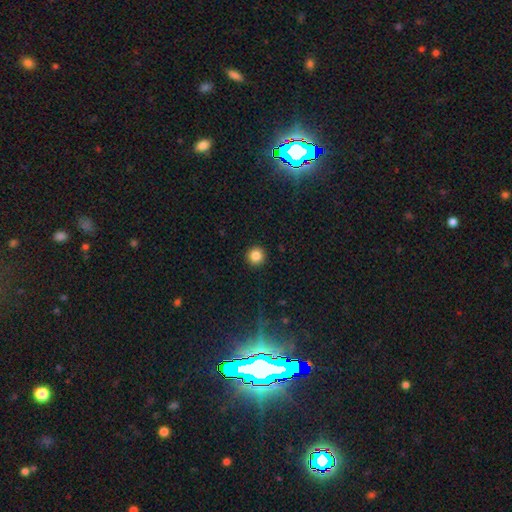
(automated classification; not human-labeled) Smooth or featured? Predicted: smooth (p=0.85). How rounded? Predicted: round (p=0.96). Merging? Predicted: none (p=0.93).